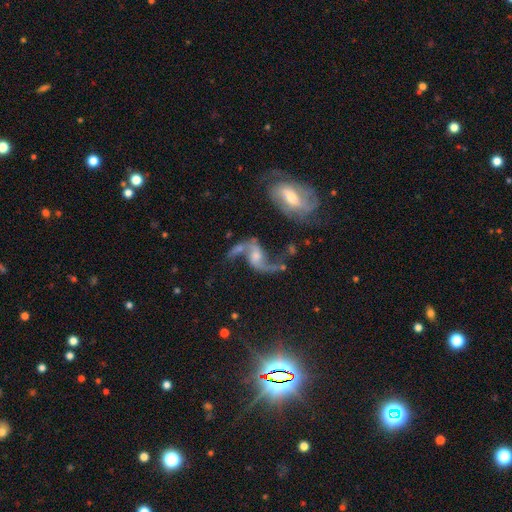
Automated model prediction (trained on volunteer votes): A featured or disk galaxy (86%) with no bar (49%), 2 (92%) loose (86%) spiral arms (95%) and a small central bulge (38%, tied with moderate). Merging: none (55%).